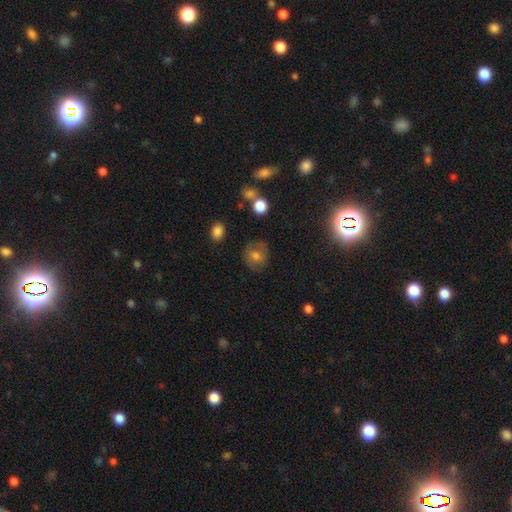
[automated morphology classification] This appears to be a smooth galaxy with no disk features (65%) that is round (74%). Merging: none (73%).